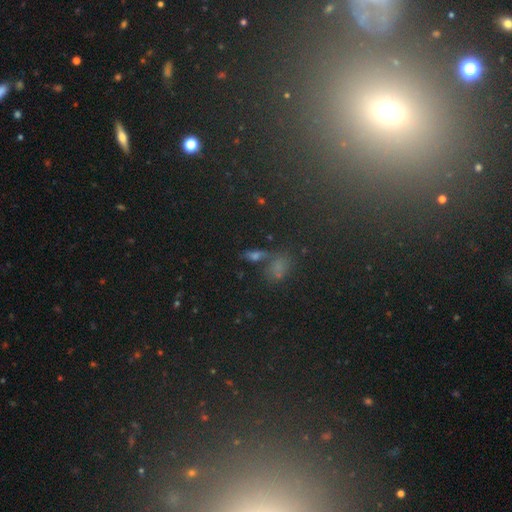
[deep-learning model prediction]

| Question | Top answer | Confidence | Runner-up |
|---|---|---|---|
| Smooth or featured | smooth | 48% | star or artifact (33%) |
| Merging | none | 51% | merger (28%) |